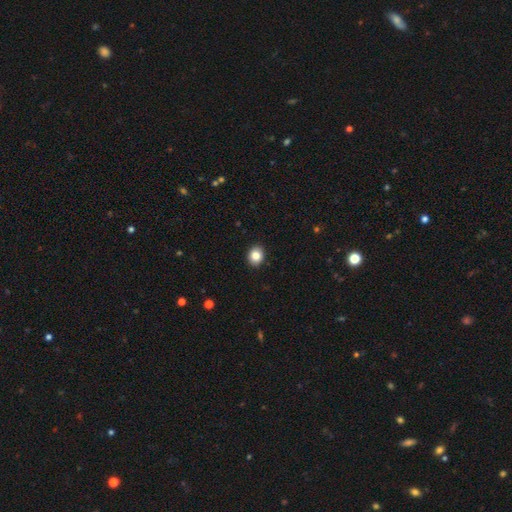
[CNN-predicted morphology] This appears to be a smooth galaxy with no disk features (84%) that is round (63%). Merging: none (92%).